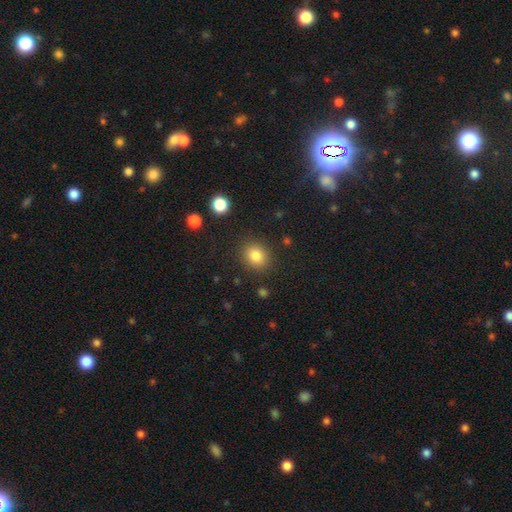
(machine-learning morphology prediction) This is clearly a smooth galaxy (82%). How rounded: likely round (74%). Merging: clearly none (87%).